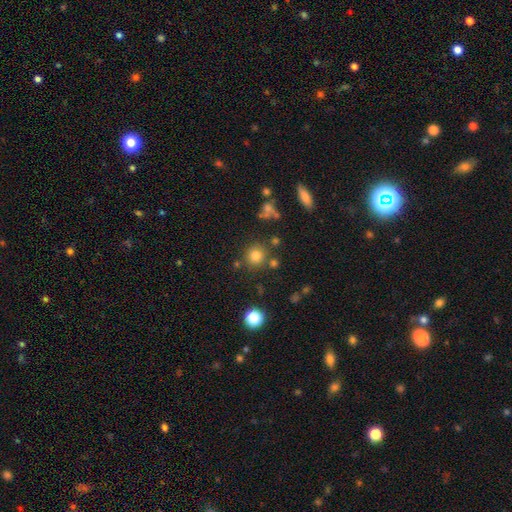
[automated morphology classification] This appears to be a smooth galaxy with no disk features (78%) that is round (89%). Merging: none (79%).